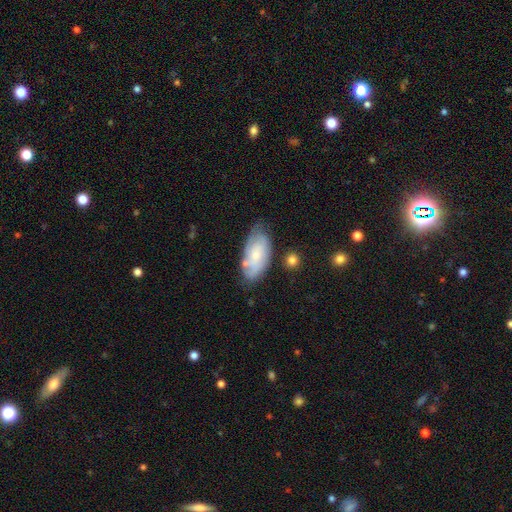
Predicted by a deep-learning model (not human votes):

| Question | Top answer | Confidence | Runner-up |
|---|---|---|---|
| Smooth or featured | featured or disk | 50% | smooth (43%) |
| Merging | none | 60% | minor disturbance (27%) |